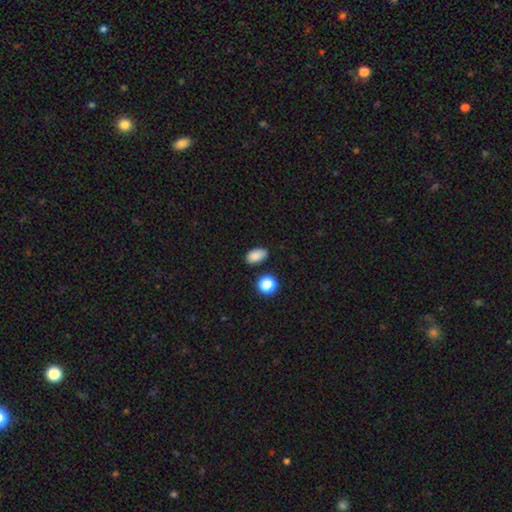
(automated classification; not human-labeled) smooth_or_featured: smooth (p=0.85) [alt: star or artifact p=0.11]
how_rounded: in between (p=0.89) [alt: round p=0.09]
merging: none (p=0.81) [alt: minor disturbance p=0.13]